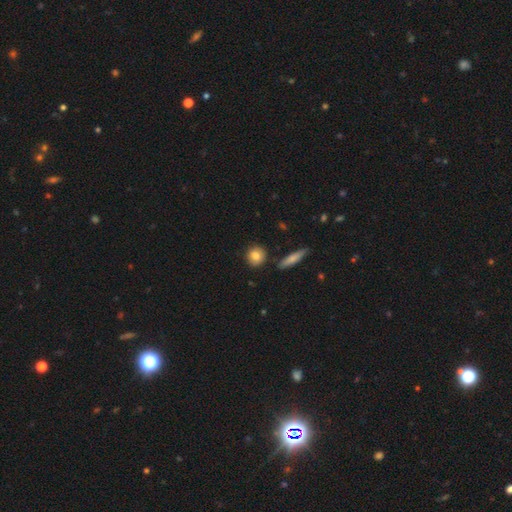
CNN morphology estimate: Smooth or featured? Predicted: smooth (p=0.83). How rounded? Predicted: round (p=0.83). Merging? Predicted: none (p=0.85).